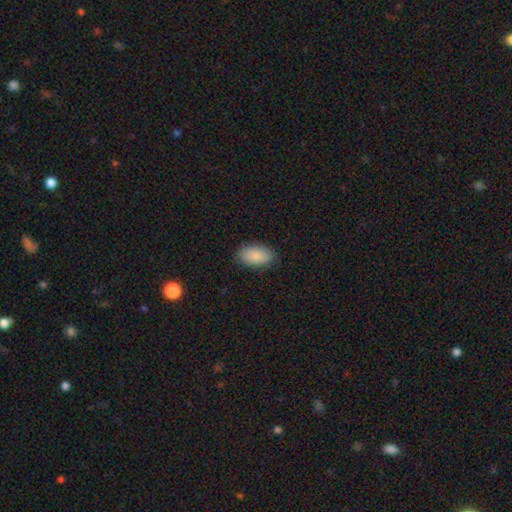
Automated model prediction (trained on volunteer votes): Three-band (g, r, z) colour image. It shows a smooth galaxy with no disk features (88%) that is in between round and cigar-shaped (94%). Merging: none (87%).